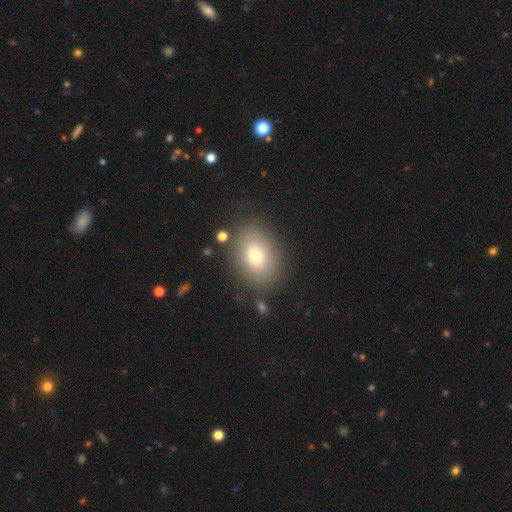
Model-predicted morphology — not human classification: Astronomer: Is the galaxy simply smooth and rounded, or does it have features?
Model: smooth — 73%.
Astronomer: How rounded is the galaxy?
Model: in between — 70%.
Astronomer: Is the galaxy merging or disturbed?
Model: none — 80%.